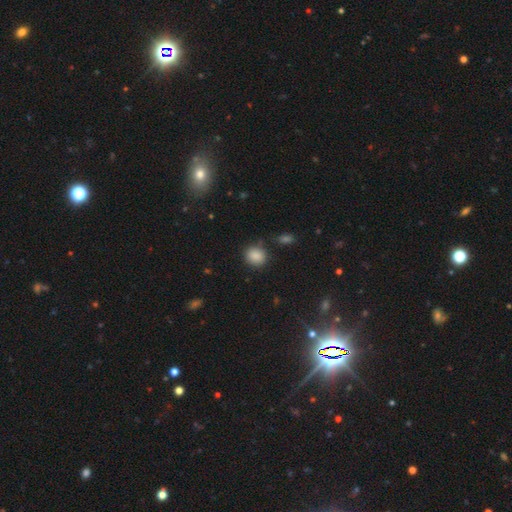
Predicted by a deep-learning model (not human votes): The model was most divided on "how rounded": round: 80%, in between: 19%, cigar-shaped: 1%. More confident: smooth or featured — smooth (87%); merging — none (81%).